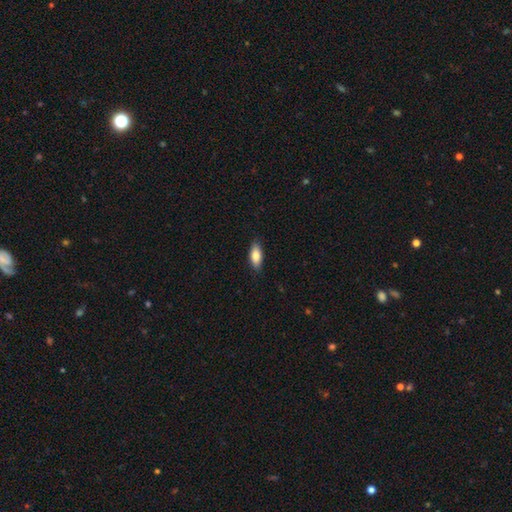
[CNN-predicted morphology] Q: Smooth or featured?
A: smooth (83%); runner-up: featured or disk (11%)
Q: How rounded?
A: in between (80%); runner-up: cigar-shaped (18%)
Q: Merging?
A: none (86%); runner-up: minor disturbance (11%)